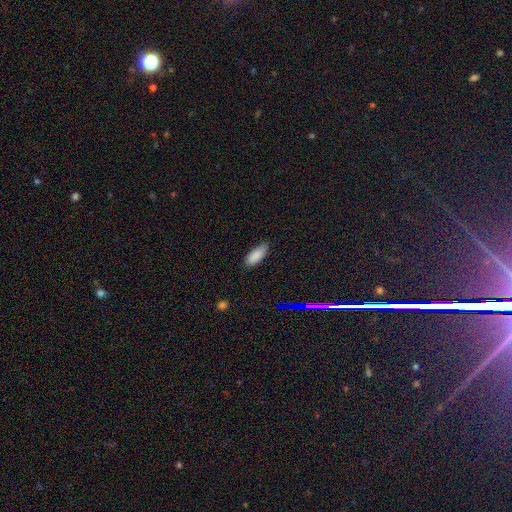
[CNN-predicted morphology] Q: Smooth or featured?
A: smooth (86%); runner-up: star or artifact (8%)
Q: How rounded?
A: in between (82%); runner-up: cigar-shaped (16%)
Q: Merging?
A: none (76%); runner-up: minor disturbance (20%)